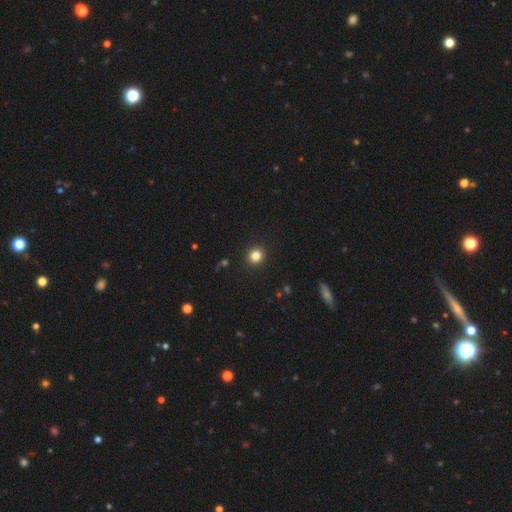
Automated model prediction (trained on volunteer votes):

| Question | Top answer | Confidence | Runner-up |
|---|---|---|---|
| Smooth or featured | smooth | 83% | star or artifact (12%) |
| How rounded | round | 90% | in between (9%) |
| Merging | none | 92% | minor disturbance (5%) |